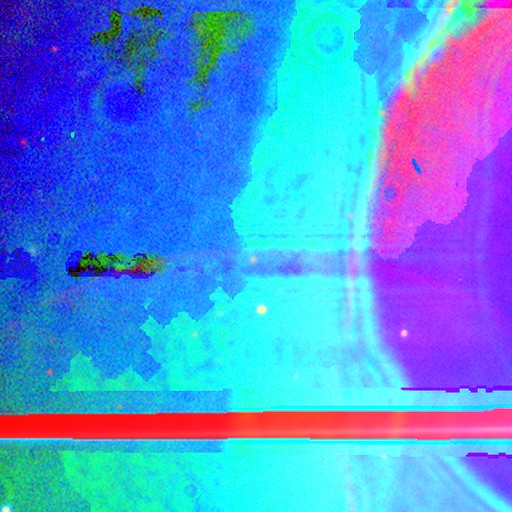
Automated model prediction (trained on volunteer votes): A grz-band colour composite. It shows a star or artifact, not a galaxy (87%).